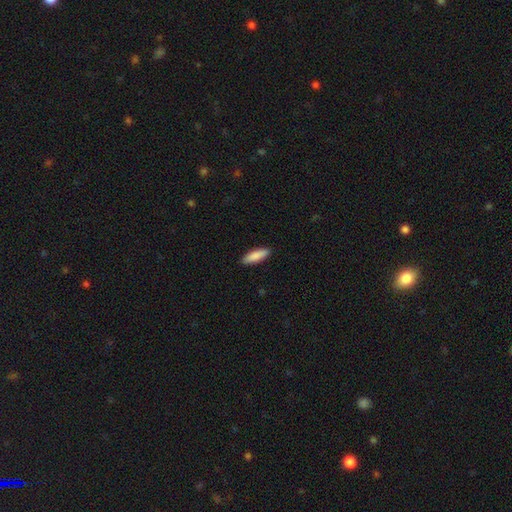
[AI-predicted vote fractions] Smooth or featured? smooth (88%)
How rounded? cigar-shaped (55%)
Merging? none (90%)